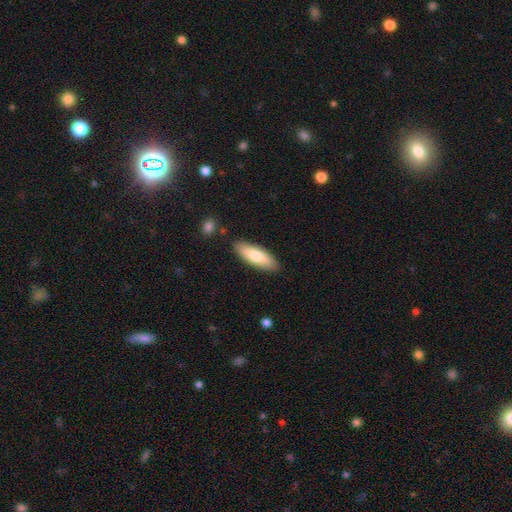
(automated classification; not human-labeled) Smooth or featured? Predicted: smooth (p=0.75). How rounded? Predicted: in between (p=0.63). Merging? Predicted: none (p=0.86).